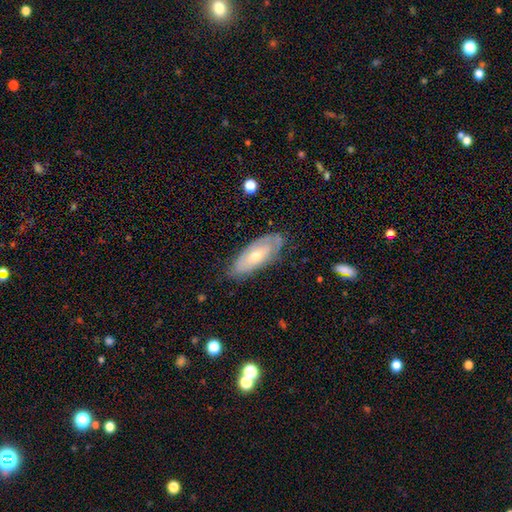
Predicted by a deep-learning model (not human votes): Morphology: type=featured or disk (54%); edge-on=no (81%); merging=none (74%).